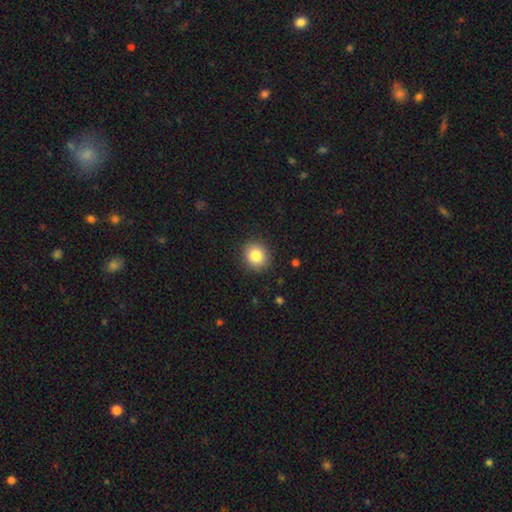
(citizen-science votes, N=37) A smooth galaxy with no disk features (86%) that is round (91%). Merging: none (91%).